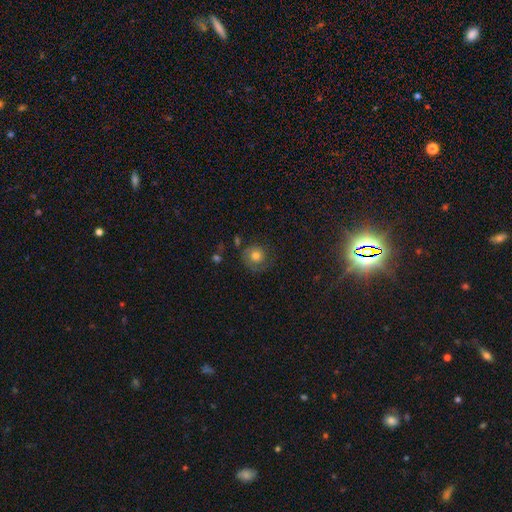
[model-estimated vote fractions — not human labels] smooth 61%, featured or disk 28%, star or artifact 11%. Down the decision tree: how rounded — round (87%); merging — none (65%).